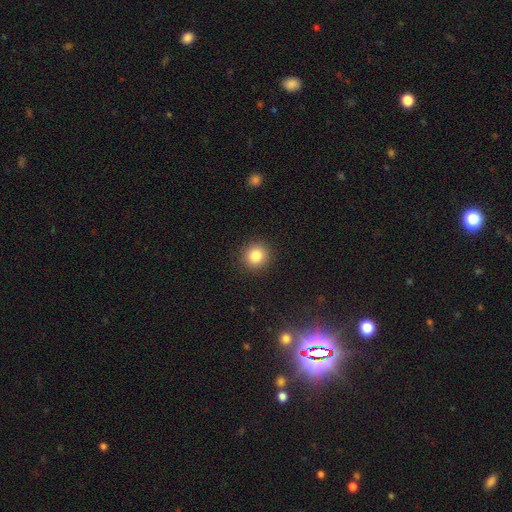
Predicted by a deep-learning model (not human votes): The model was most divided on "smooth or featured": smooth: 84%, star or artifact: 11%, featured or disk: 6%. More confident: how rounded — round (92%); merging — none (91%).